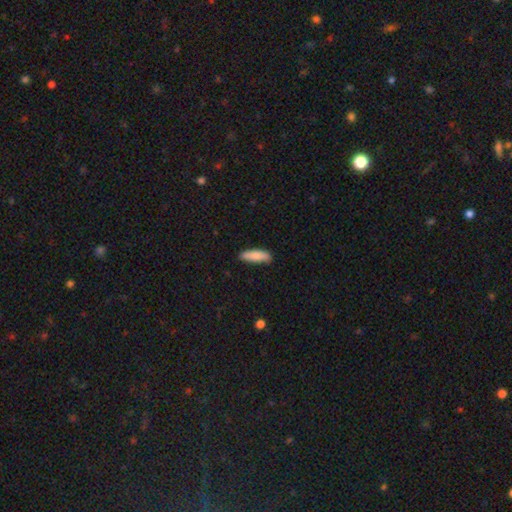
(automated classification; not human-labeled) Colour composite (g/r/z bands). It shows a smooth galaxy with no disk features (83%) that is cigar-shaped (51%). Merging: none (83%).